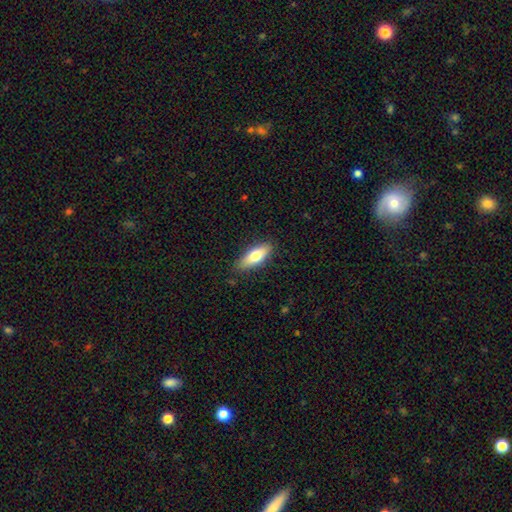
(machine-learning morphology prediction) smooth-or-featured: smooth: 71% | featured or disk: 23% | star or artifact: 6%
  how-rounded: in between: 65% | cigar-shaped: 32% | round: 3%
  merging: none: 85% | minor disturbance: 12% | major disturbance: 2% | merger: 1%